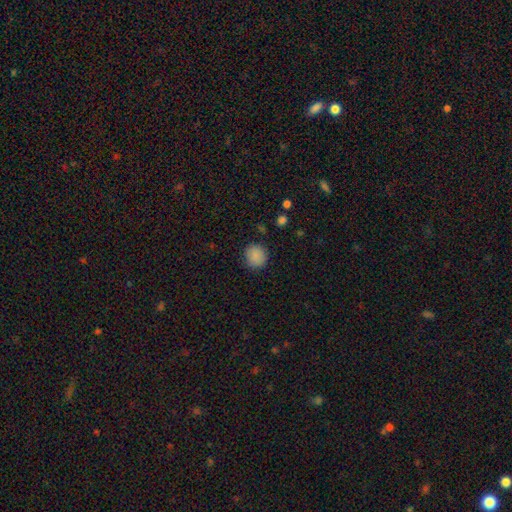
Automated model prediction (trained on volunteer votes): Smooth or featured: smooth — 87% (star or artifact — 9%)
How rounded: round — 89% (in between — 10%)
Merging: none — 88% (minor disturbance — 8%)